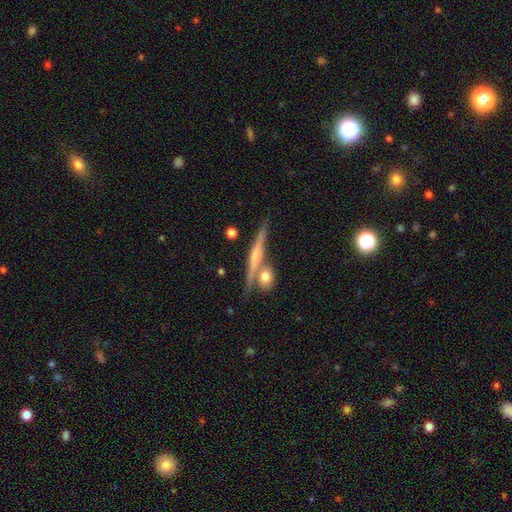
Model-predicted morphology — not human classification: smooth-or-featured: featured or disk: 65% | smooth: 28% | star or artifact: 7%
  disk-edge-on: yes: 96% | no: 4%
    edge-on-bulge: rounded: 59% | none: 28% | boxy: 12%
  merging: none: 70% | merger: 17% | minor disturbance: 11% | major disturbance: 3%